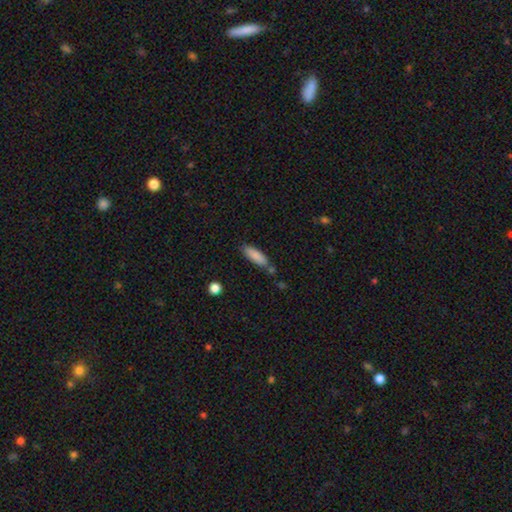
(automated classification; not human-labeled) A smooth galaxy with no disk features (86%) that is cigar-shaped (51%). Merging: none (66%).